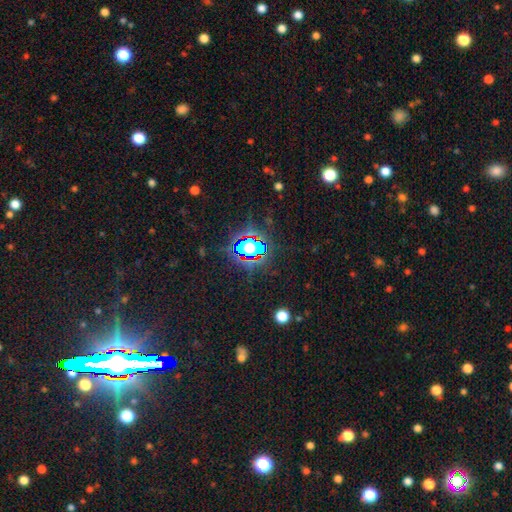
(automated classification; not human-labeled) Smooth or featured?
  - star or artifact: 71% *
  - smooth: 18%
  - featured or disk: 11%